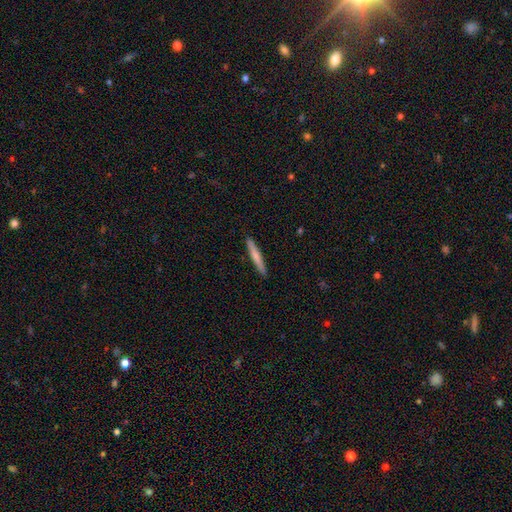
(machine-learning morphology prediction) This is likely a smooth galaxy (66%). How rounded: clearly cigar-shaped (95%). Merging: clearly none (91%).